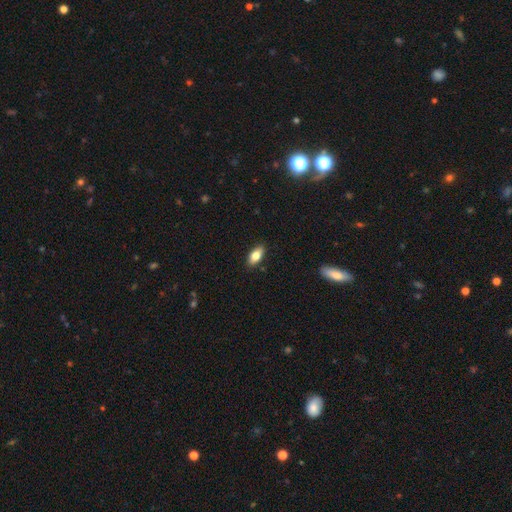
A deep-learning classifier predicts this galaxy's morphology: smooth-or-featured: smooth: 78% | featured or disk: 15% | star or artifact: 7%
  how-rounded: in between: 87% | cigar-shaped: 10% | round: 3%
  merging: none: 88% | minor disturbance: 9% | major disturbance: 2% | merger: 1%